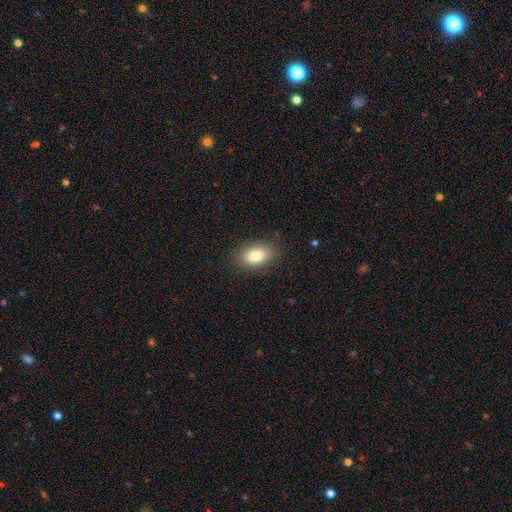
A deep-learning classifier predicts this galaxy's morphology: Smooth or featured? Predicted: smooth (p=0.82). How rounded? Predicted: in between (p=0.89). Merging? Predicted: none (p=0.86).